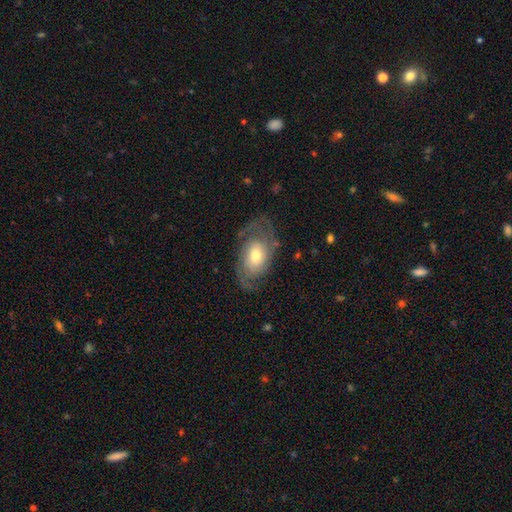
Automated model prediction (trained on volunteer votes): This appears to be a featured or disk galaxy (78%) with no bar (71%), 2 (63%) tight (45%) spiral arms (92%) and a moderate central bulge (60%). Merging: none (70%).